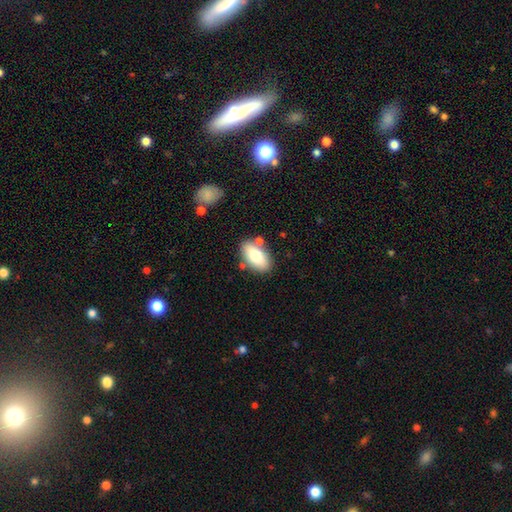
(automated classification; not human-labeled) smooth-or-featured: smooth: 75% | featured or disk: 18% | star or artifact: 7%
  how-rounded: in between: 92% | cigar-shaped: 4% | round: 4%
  merging: none: 77% | minor disturbance: 12% | merger: 8% | major disturbance: 3%